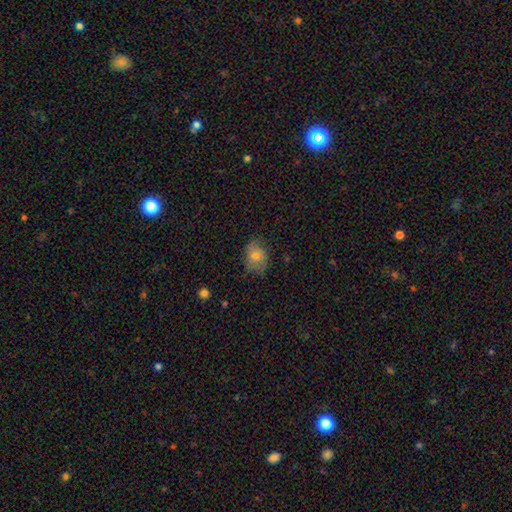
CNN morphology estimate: This is likely a smooth galaxy (66%). How rounded: possibly in between (58%). Merging: likely none (66%).